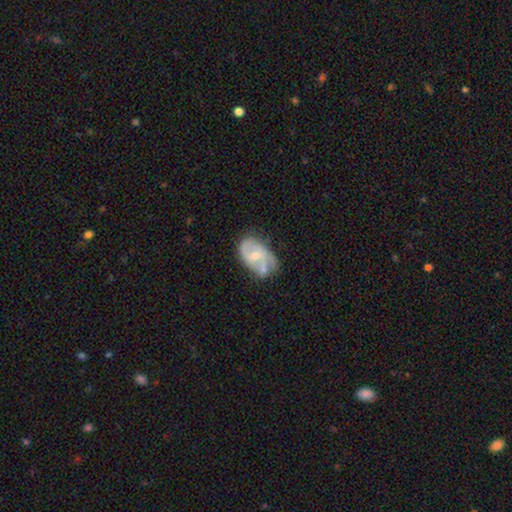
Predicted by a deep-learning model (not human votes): Overall: featured or disk (66%; smooth 28%). Edge-on disk: no (97%). Bar: no (55%; weak 38%). Spiral arms: yes (73%). Bulge size: small (51%; moderate 41%). Merging: none (39%; minor disturbance 32%).